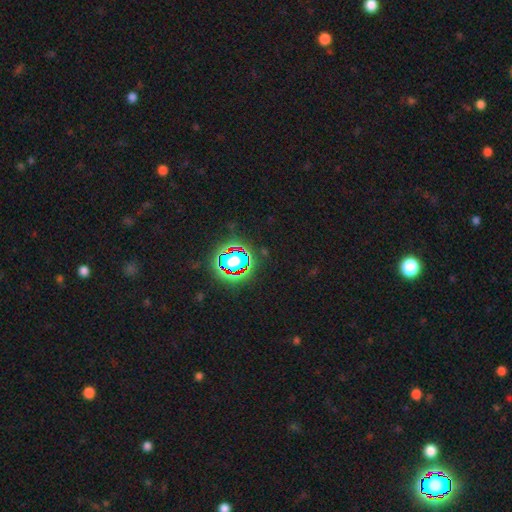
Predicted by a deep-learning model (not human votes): A star or artifact, not a galaxy (79%).